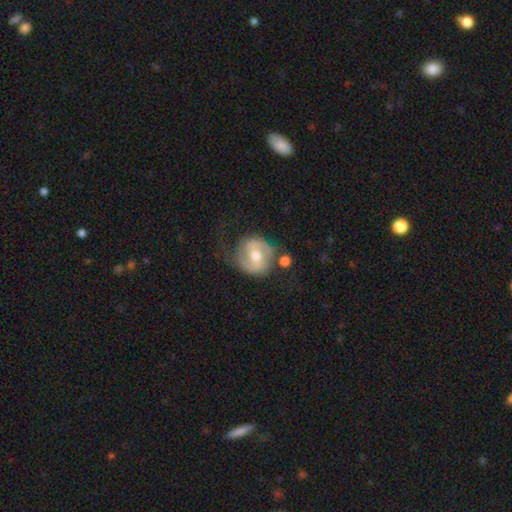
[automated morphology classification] smooth-or-featured: featured or disk: 73% | smooth: 21% | star or artifact: 6%
  disk-edge-on: no: 97% | yes: 3%
    bar: weak: 44% | no: 38% | strong: 18%
    has-spiral-arms: yes: 86% | no: 14%
      spiral-winding: medium: 46% | tight: 31% | loose: 23%
      spiral-arm-count: 2: 82% | can't tell: 9% | 1: 6% | 3: 1% | 4: 1% | more than 4: 1%
    bulge-size: moderate: 74% | small: 19% | large: 5% | none: 1% | dominant: 1%
  merging: none: 60% | minor disturbance: 21% | major disturbance: 13% | merger: 6%